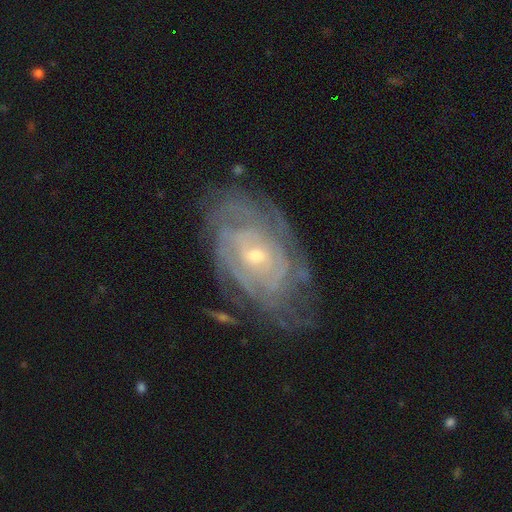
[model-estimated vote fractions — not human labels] smooth-or-featured: featured or disk: 86% | smooth: 8% | star or artifact: 6%
  disk-edge-on: no: 95% | yes: 5%
    bar: no: 60% | weak: 32% | strong: 9%
    has-spiral-arms: yes: 94% | no: 6%
      spiral-winding: tight: 76% | medium: 19% | loose: 5%
      spiral-arm-count: can't tell: 45% | 2: 15% | 4: 14% | 3: 13% | more than 4: 8% | 1: 6%
    bulge-size: small: 62% | moderate: 35% | large: 2% | none: 1% | dominant: 1%
  merging: none: 71% | minor disturbance: 19% | major disturbance: 8% | merger: 2%